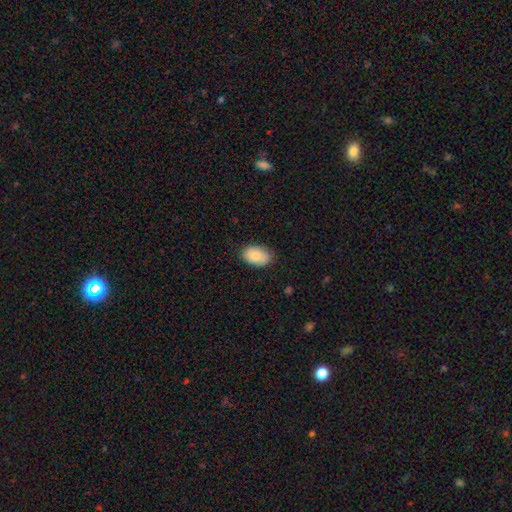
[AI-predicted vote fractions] Smooth or featured? Predicted: smooth (p=0.83). How rounded? Predicted: in between (p=0.88). Merging? Predicted: none (p=0.82).